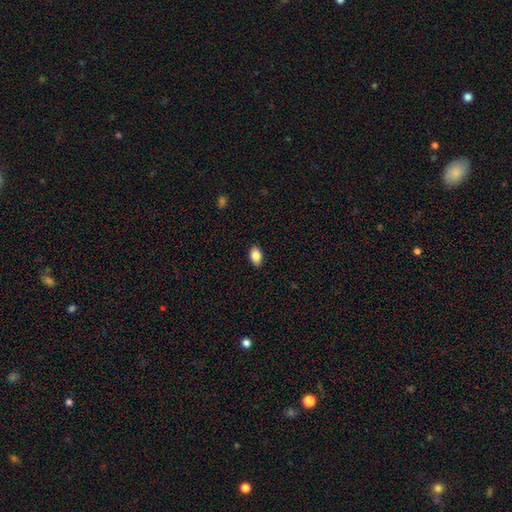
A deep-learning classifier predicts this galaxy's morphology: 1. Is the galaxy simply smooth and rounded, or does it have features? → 85% smooth, 8% star or artifact, 7% featured or disk.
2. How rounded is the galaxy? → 90% in between, 9% round, 2% cigar-shaped.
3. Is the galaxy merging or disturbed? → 89% none, 8% minor disturbance, 2% major disturbance, 1% merger.